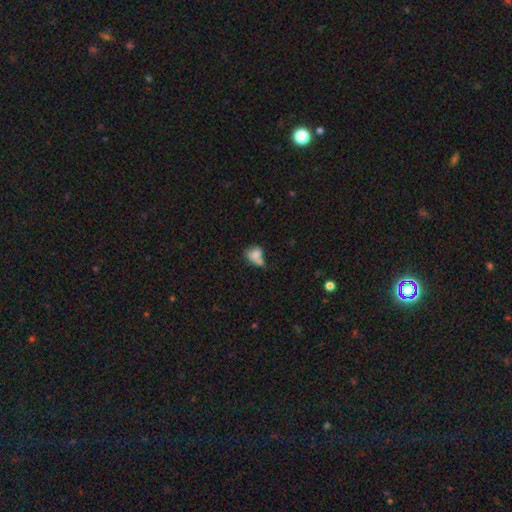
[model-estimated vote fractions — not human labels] Smooth or featured? smooth (75%)
How rounded? in between (57%)
Merging? merger (39%)